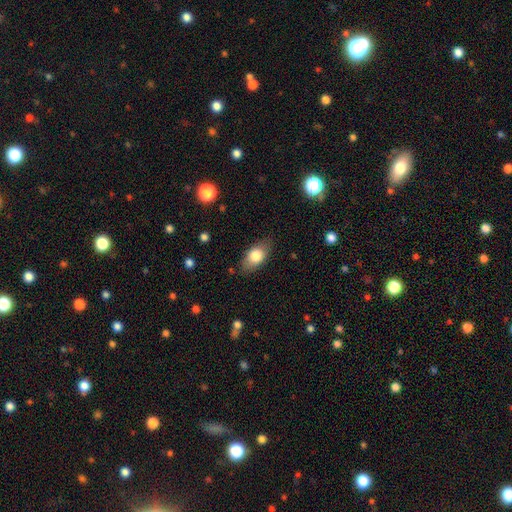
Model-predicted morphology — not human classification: The model was most divided on "smooth or featured": smooth: 78%, featured or disk: 15%, star or artifact: 7%. More confident: how rounded — in between (88%); merging — none (80%).